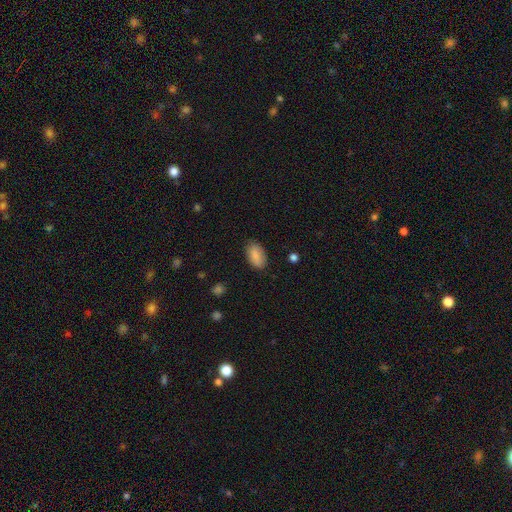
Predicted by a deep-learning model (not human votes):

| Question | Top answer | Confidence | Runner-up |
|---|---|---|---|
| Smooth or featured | smooth | 85% | featured or disk (8%) |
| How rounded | in between | 93% | round (4%) |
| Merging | none | 82% | minor disturbance (14%) |